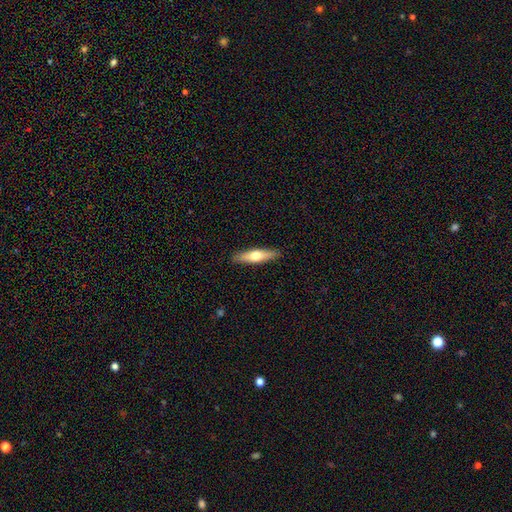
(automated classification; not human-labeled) Smooth or featured? smooth (52%)
How rounded? cigar-shaped (74%)
Merging? none (90%)